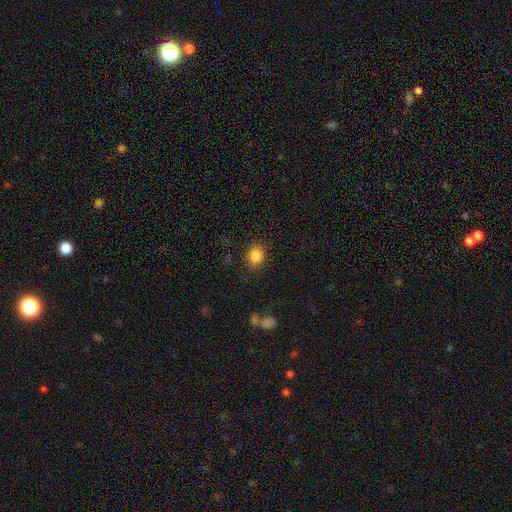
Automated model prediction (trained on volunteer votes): Overall: smooth (84%). How rounded: round (66%; in between 33%). Merging: none (83%).